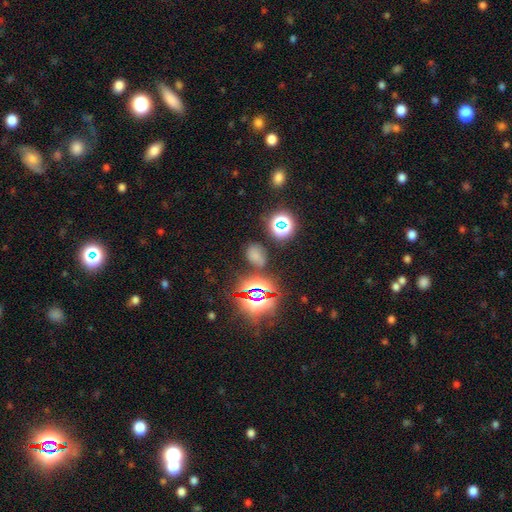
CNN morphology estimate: Overall: smooth (55%; star or artifact 37%). How rounded: in between (70%). Merging: none (72%).